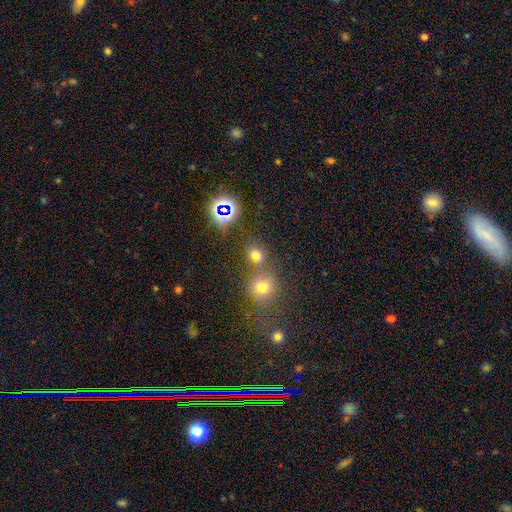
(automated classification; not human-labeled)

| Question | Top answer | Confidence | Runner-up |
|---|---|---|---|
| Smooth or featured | smooth | 62% | star or artifact (29%) |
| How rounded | round | 61% | in between (38%) |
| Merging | none | 55% | merger (32%) |